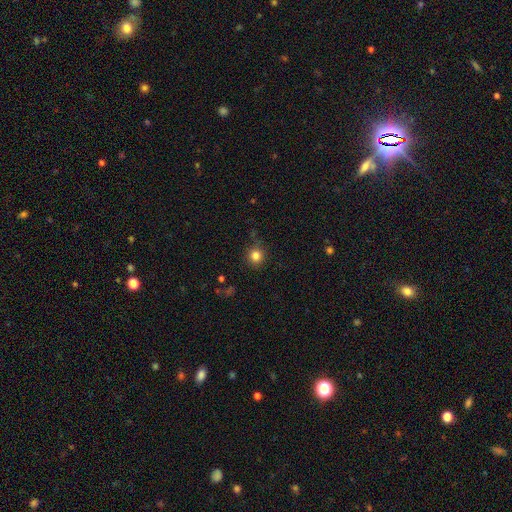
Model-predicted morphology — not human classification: Q: Smooth or featured?
A: smooth (82%); runner-up: star or artifact (12%)
Q: How rounded?
A: round (92%); runner-up: in between (7%)
Q: Merging?
A: none (84%); runner-up: minor disturbance (11%)